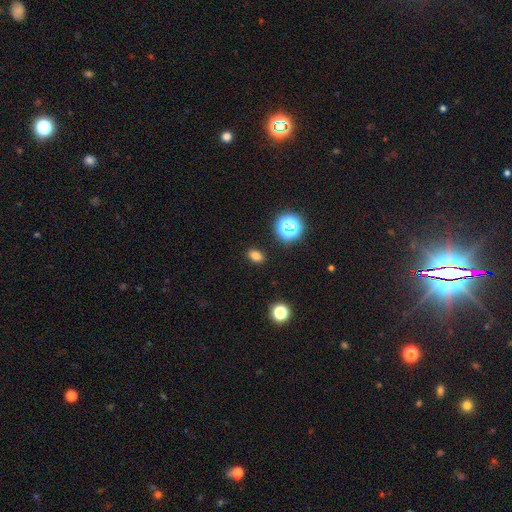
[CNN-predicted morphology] The model was most divided on "how rounded": in between: 74%, round: 25%, cigar-shaped: 2%. More confident: merging — none (88%); smooth or featured — smooth (76%).